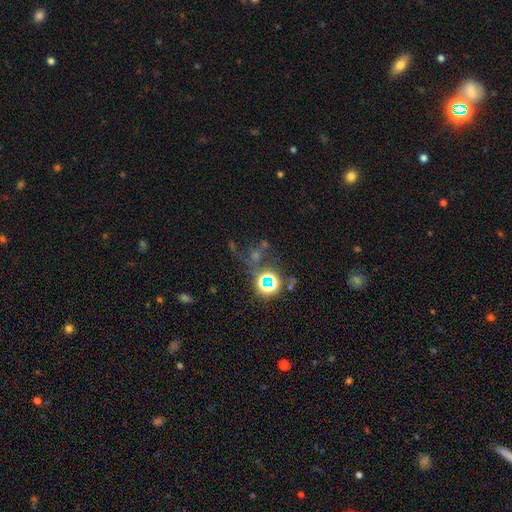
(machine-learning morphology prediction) Overall: star or artifact (64%).